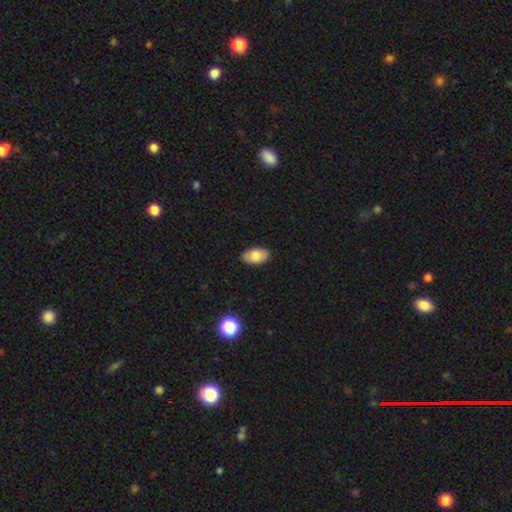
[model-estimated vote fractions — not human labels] Smooth or featured: smooth — 79% (featured or disk — 13%)
How rounded: in between — 94% (round — 5%)
Merging: none — 87% (minor disturbance — 10%)